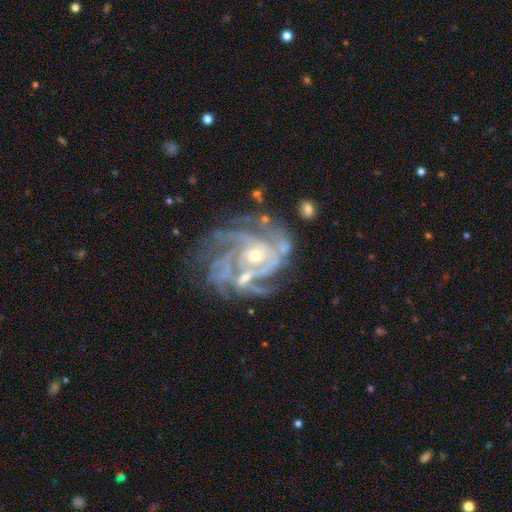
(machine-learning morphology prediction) Overall: featured or disk (90%). Edge-on disk: no (98%). Bar: no (66%). Spiral arms: yes (98%). Spiral arm count: 4 (28%, tied with 3). Spiral winding: tight (63%; medium 32%). Bulge size: small (54%; moderate 41%). Merging: none (49%; minor disturbance 20%).